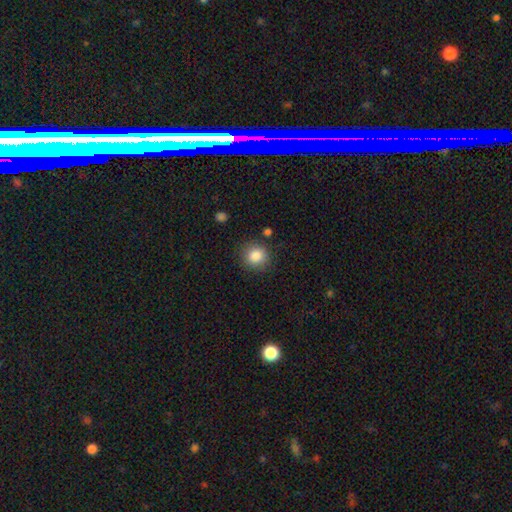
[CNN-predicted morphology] Smooth or featured? Predicted: smooth (p=0.86). How rounded? Predicted: round (p=0.88). Merging? Predicted: none (p=0.84).